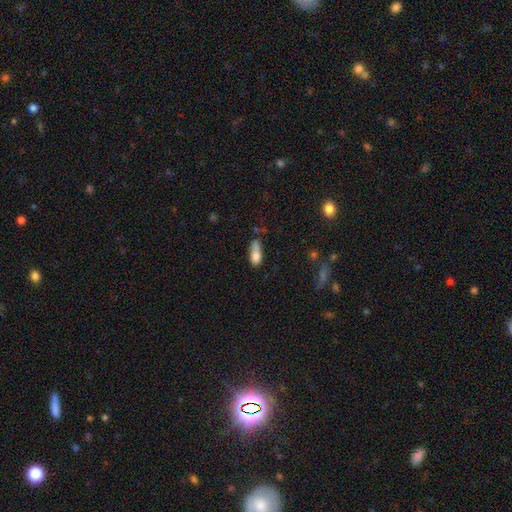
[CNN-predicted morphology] This appears to be a smooth galaxy with no disk features (76%) that is in between round and cigar-shaped (74%). Merging: none (34%).